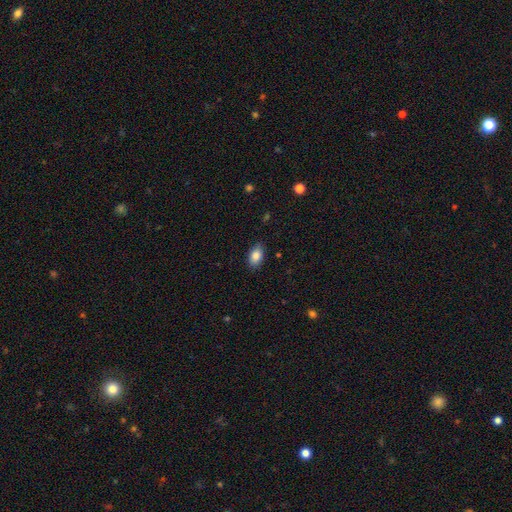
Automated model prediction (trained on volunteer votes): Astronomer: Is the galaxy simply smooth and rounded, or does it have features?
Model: smooth — 85%.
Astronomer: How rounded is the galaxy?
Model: in between — 90%.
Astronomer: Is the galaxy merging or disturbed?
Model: none — 85%.